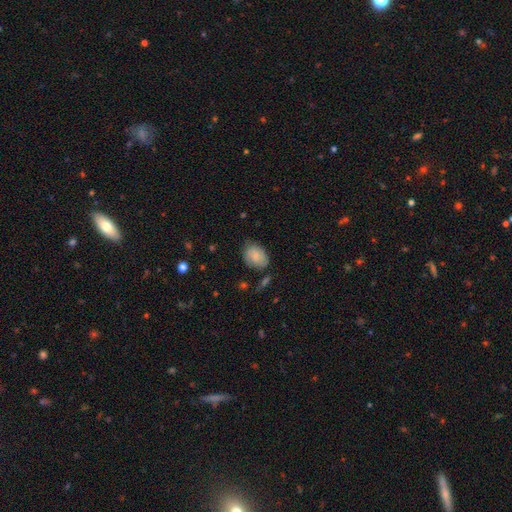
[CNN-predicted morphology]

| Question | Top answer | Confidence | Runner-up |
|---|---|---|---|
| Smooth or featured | smooth | 74% | featured or disk (18%) |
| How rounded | in between | 68% | round (31%) |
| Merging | none | 69% | minor disturbance (23%) |